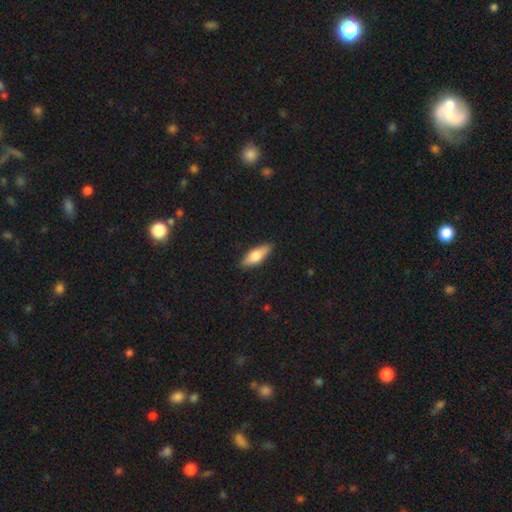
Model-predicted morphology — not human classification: smooth-or-featured: smooth: 68% | featured or disk: 26% | star or artifact: 6%
  how-rounded: in between: 66% | cigar-shaped: 32% | round: 3%
  merging: none: 88% | minor disturbance: 9% | major disturbance: 2% | merger: 1%